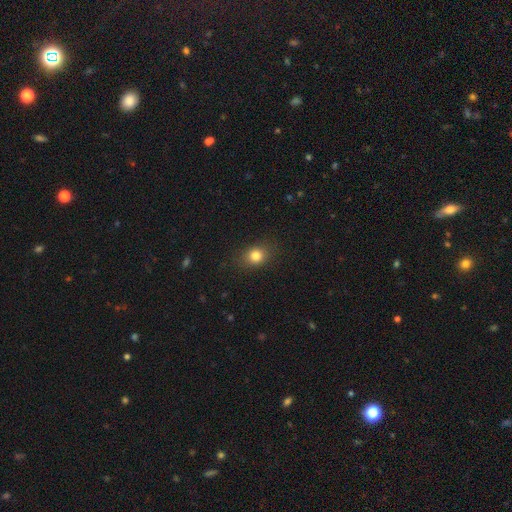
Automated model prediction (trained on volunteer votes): smooth 81%, star or artifact 12%, featured or disk 7%. Down the decision tree: how rounded — round (58%); merging — none (85%).